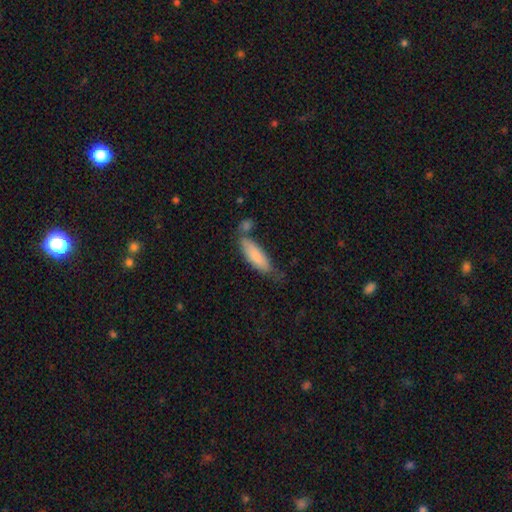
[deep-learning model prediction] smooth 80%, featured or disk 14%, star or artifact 6%. Down the decision tree: how rounded — in between (51%); merging — none (56%).